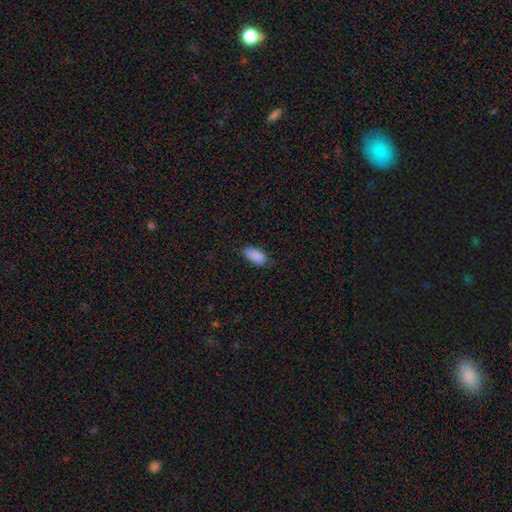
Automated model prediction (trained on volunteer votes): The model was most divided on "merging": none: 74%, minor disturbance: 21%, major disturbance: 4%, merger: 1%. More confident: smooth or featured — smooth (89%); how rounded — in between (88%).